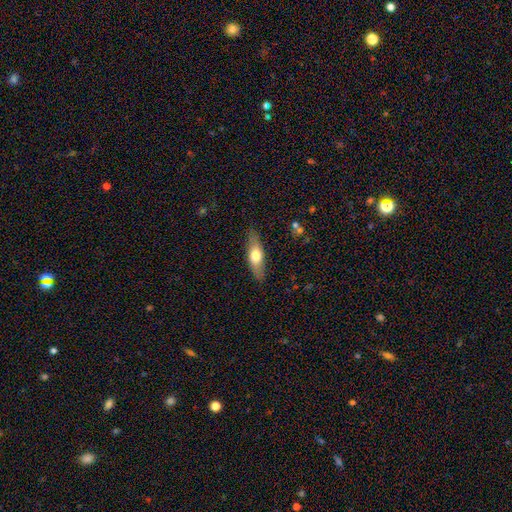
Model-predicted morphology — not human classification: A smooth galaxy with no disk features (56%) that is cigar-shaped (49%). Merging: none (85%).